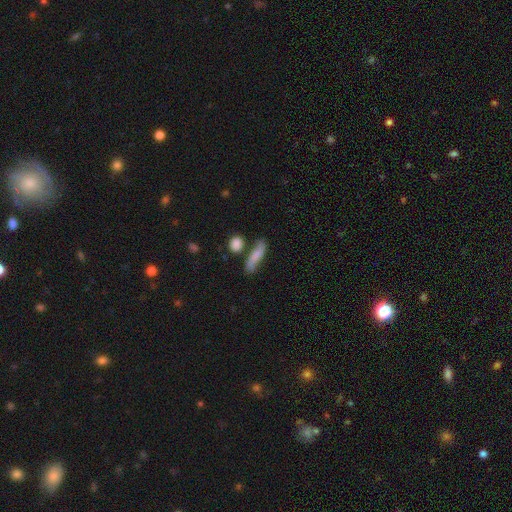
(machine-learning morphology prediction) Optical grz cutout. It shows a smooth galaxy with no disk features (71%) that is cigar-shaped (67%). Merging: none (60%).